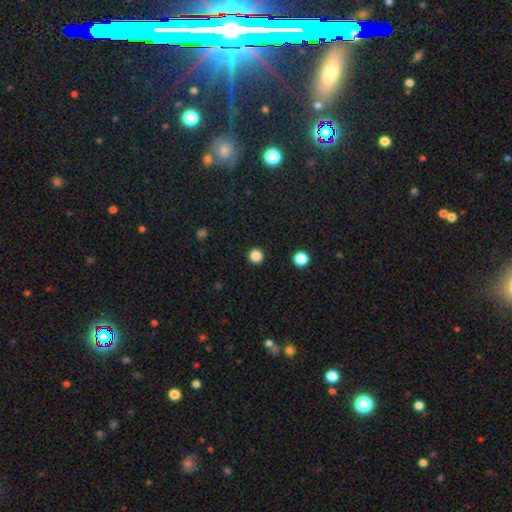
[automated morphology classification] A smooth galaxy with no disk features (85%) that is round (95%). Merging: none (93%).